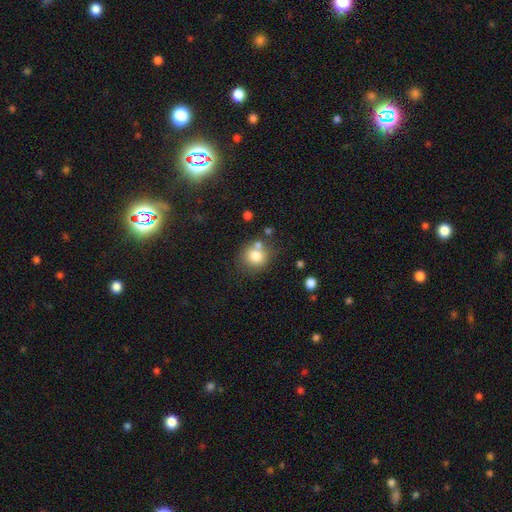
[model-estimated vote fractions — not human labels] Smooth or featured? smooth (78%)
How rounded? round (84%)
Merging? none (64%)